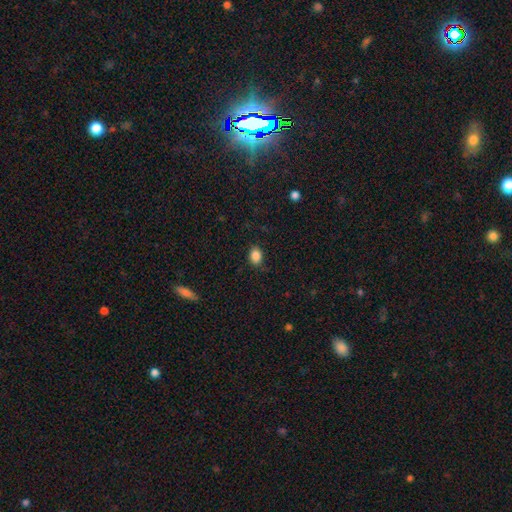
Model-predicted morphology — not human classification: This is clearly a smooth galaxy (87%). How rounded: likely in between (70%). Merging: clearly none (83%).